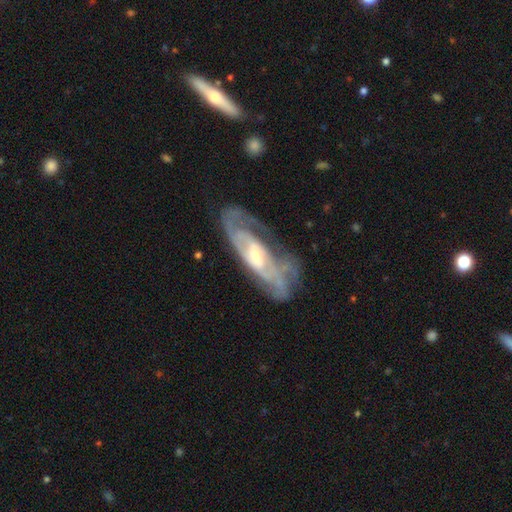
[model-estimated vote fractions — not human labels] This is clearly a featured or disk galaxy (82%). It is clearly not viewed edge-on (85%). Bar: possibly no (46%). Spiral arm pattern: clearly yes (87%). Spiral arm count: marginally can't tell (44%). Spiral winding: possibly tight (51%). Central bulge: possibly moderate (49%). Merging: possibly none (58%).